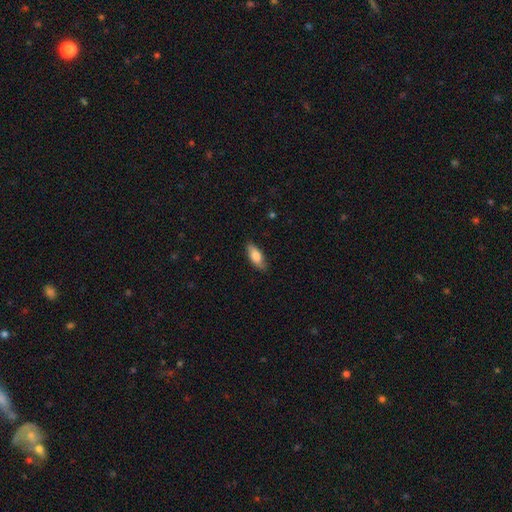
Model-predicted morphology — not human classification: smooth 78%, featured or disk 15%, star or artifact 6%. Down the decision tree: how rounded — in between (76%); merging — none (82%).